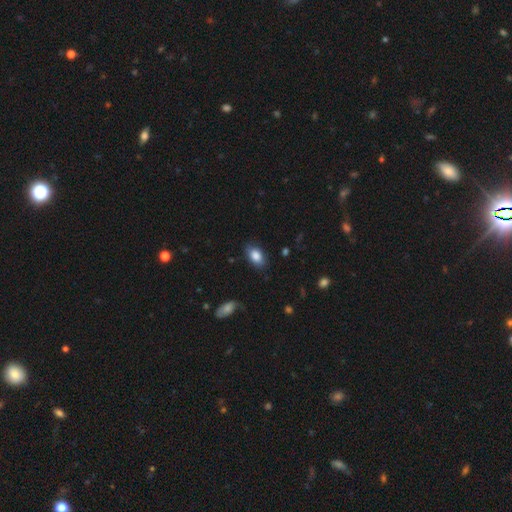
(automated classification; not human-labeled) Smooth or featured? Predicted: smooth (p=0.86). How rounded? Predicted: in between (p=0.89). Merging? Predicted: none (p=0.82).